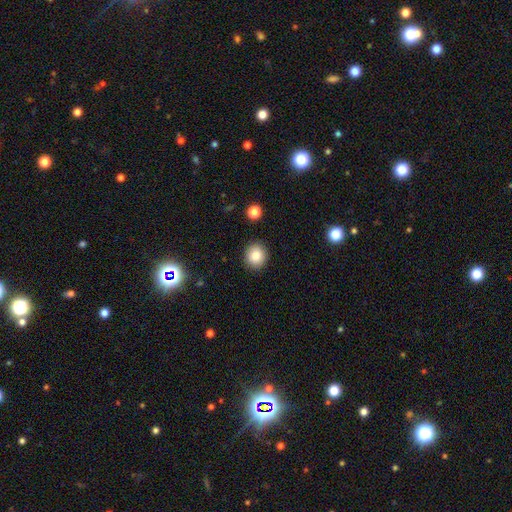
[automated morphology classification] This appears to be a smooth galaxy with no disk features (82%) that is round (87%). Merging: none (90%).